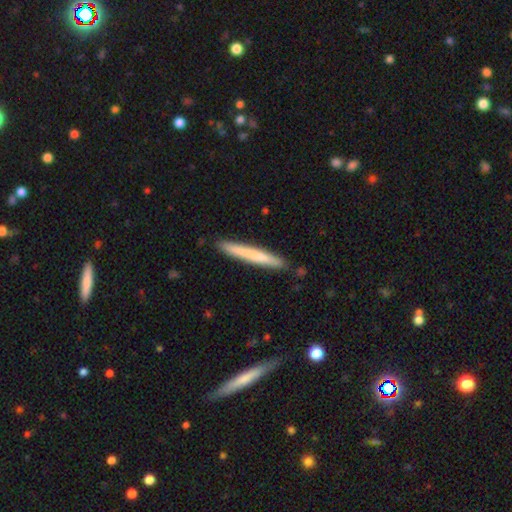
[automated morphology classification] The model was most divided on "smooth or featured": smooth: 66%, featured or disk: 29%, star or artifact: 5%. More confident: how rounded — cigar-shaped (97%); merging — none (90%).